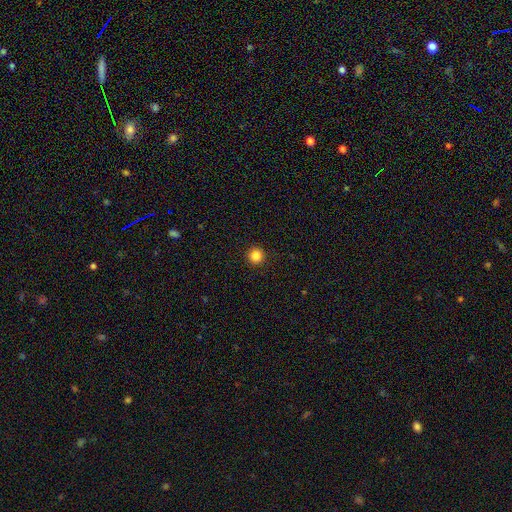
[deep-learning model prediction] Overall: smooth (85%). How rounded: round (96%). Merging: none (93%).